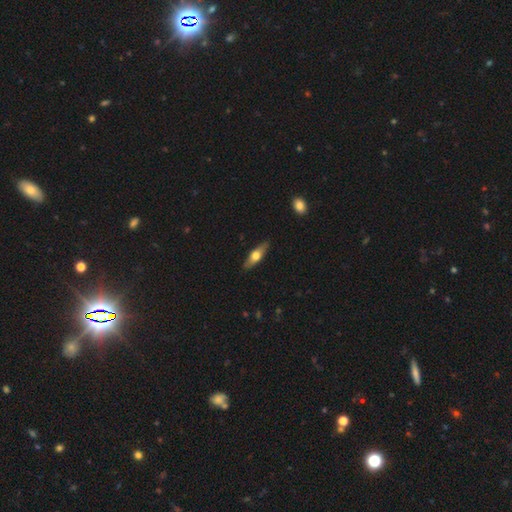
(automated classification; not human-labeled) smooth_or_featured: smooth (p=0.49) [alt: featured or disk p=0.45]
merging: none (p=0.86) [alt: minor disturbance p=0.11]